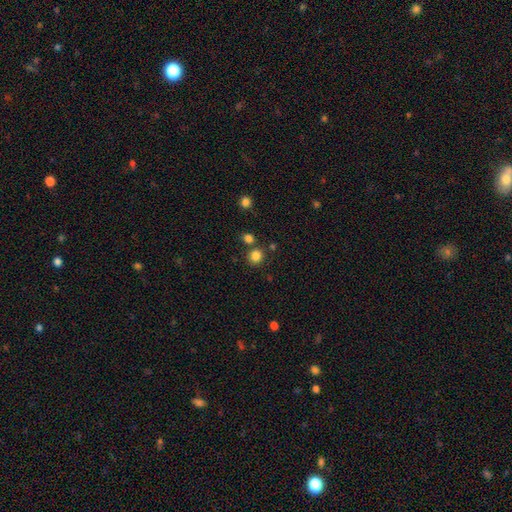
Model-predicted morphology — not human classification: A smooth galaxy with no disk features (83%) that is round (83%).

Vote fractions:
- Smooth or featured? smooth: 83% / star or artifact: 13% / featured or disk: 4%
- How rounded? round: 83% / in between: 16% / cigar-shaped: 1%
- Merging? none: 76% / merger: 12% / minor disturbance: 8% / major disturbance: 3%